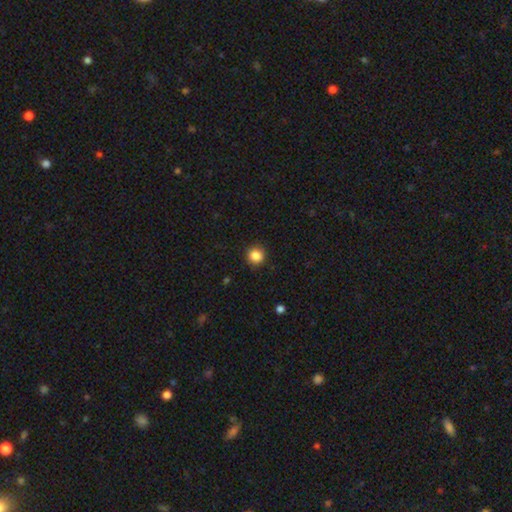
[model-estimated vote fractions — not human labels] Q: Smooth or featured?
A: smooth (86%); runner-up: star or artifact (10%)
Q: How rounded?
A: round (92%); runner-up: in between (7%)
Q: Merging?
A: none (91%); runner-up: minor disturbance (6%)